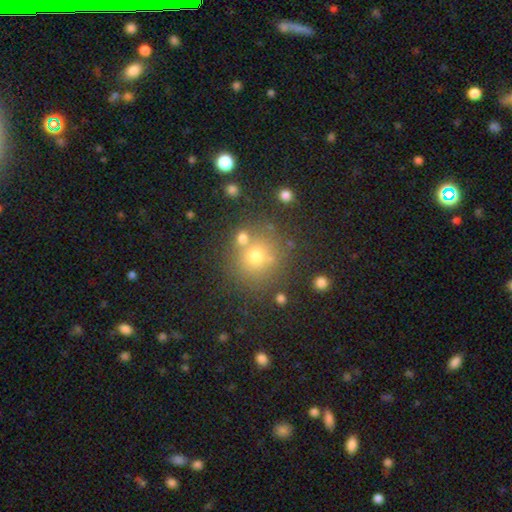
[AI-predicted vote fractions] A smooth galaxy with no disk features (65%) that is round (90%). Merging: none (75%).